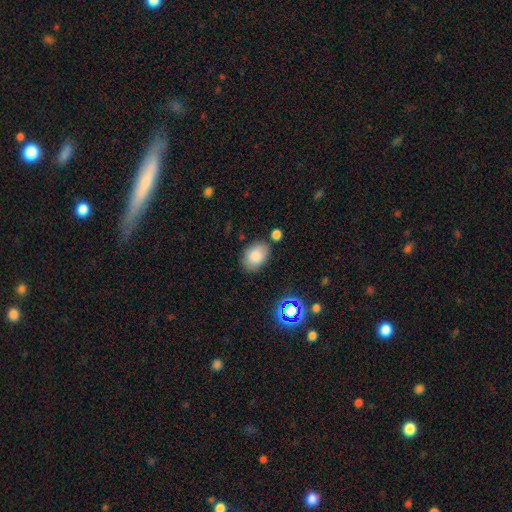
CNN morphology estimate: Smooth or featured?
  - smooth: 83% *
  - star or artifact: 9%
  - featured or disk: 8%
How rounded?
  - in between: 82% *
  - round: 17%
  - cigar-shaped: 1%
Merging?
  - none: 76% *
  - minor disturbance: 15%
  - merger: 6%
  - major disturbance: 4%